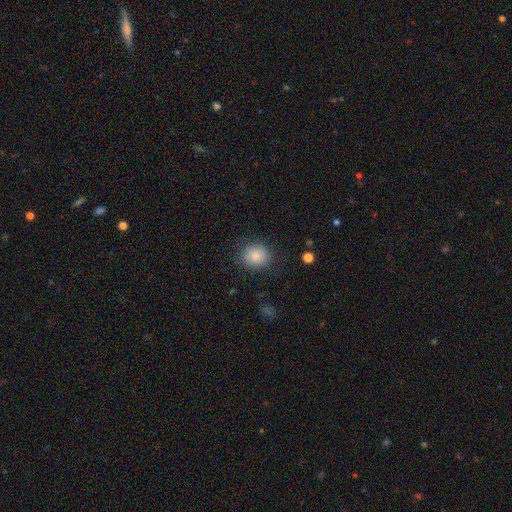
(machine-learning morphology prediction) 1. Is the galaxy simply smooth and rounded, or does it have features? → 83% smooth, 9% star or artifact, 8% featured or disk.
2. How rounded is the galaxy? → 69% round, 30% in between, 1% cigar-shaped.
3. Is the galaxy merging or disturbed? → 80% none, 14% minor disturbance, 5% major disturbance, 1% merger.